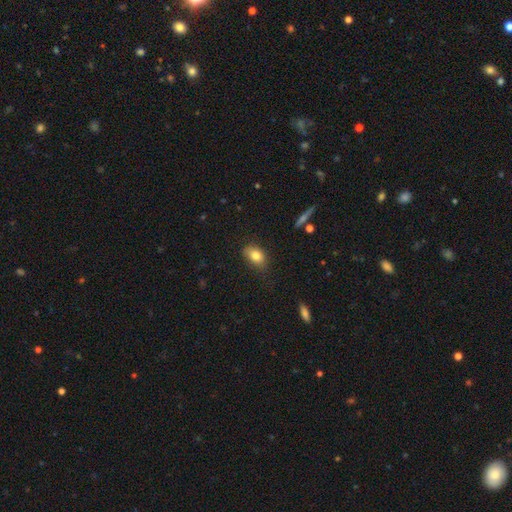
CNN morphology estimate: Smooth or featured?
  - smooth: 80% *
  - featured or disk: 10%
  - star or artifact: 9%
How rounded?
  - in between: 82% *
  - round: 16%
  - cigar-shaped: 2%
Merging?
  - none: 71% *
  - minor disturbance: 23%
  - major disturbance: 5%
  - merger: 2%